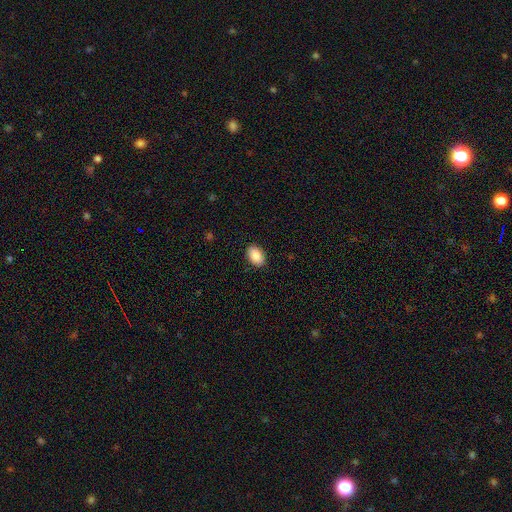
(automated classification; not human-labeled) This is clearly a smooth galaxy (89%). How rounded: clearly in between (88%). Merging: clearly none (89%).